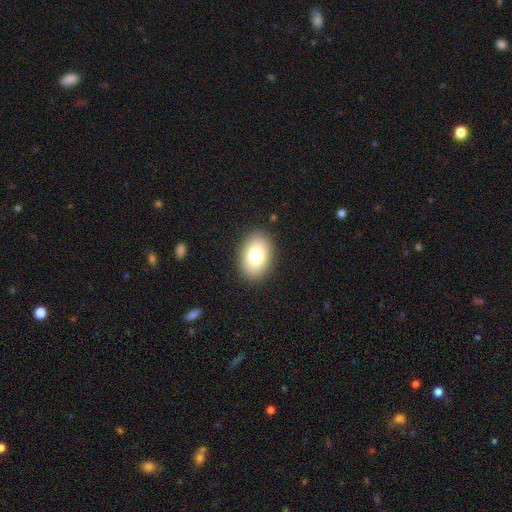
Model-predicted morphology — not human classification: smooth 78%, featured or disk 13%, star or artifact 9%. Down the decision tree: how rounded — in between (84%); merging — none (88%).